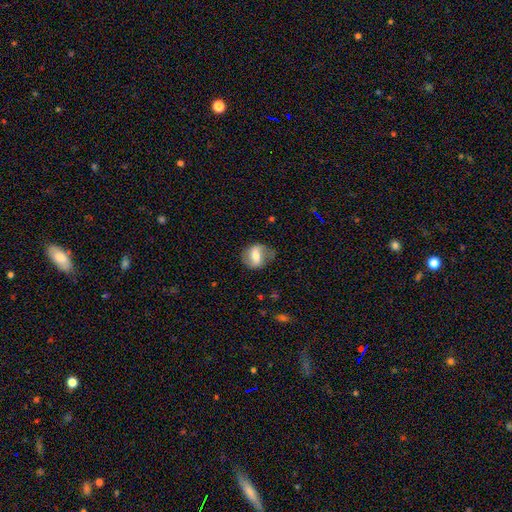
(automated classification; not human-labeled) This is possibly a featured or disk galaxy (47%). Merging: likely none (67%).